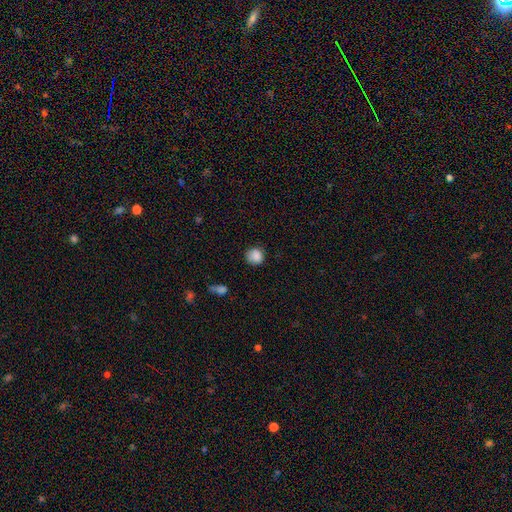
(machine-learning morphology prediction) smooth 86%, star or artifact 9%, featured or disk 4%. Down the decision tree: how rounded — round (86%); merging — none (77%).